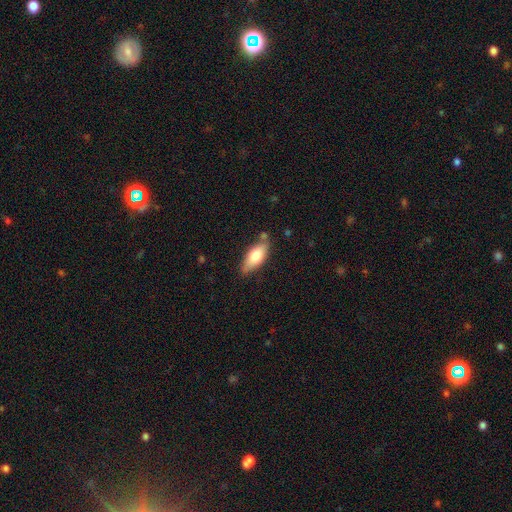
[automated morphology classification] smooth_or_featured: smooth (p=0.71) [alt: featured or disk p=0.23]
how_rounded: in between (p=0.78) [alt: cigar-shaped p=0.19]
merging: none (p=0.74) [alt: minor disturbance p=0.17]